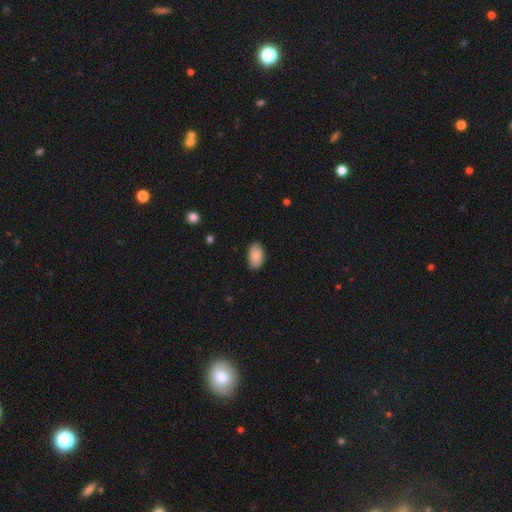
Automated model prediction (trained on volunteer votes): The model was most divided on "merging": none: 86%, minor disturbance: 11%, major disturbance: 2%, merger: 1%. More confident: how rounded — in between (93%); smooth or featured — smooth (88%).